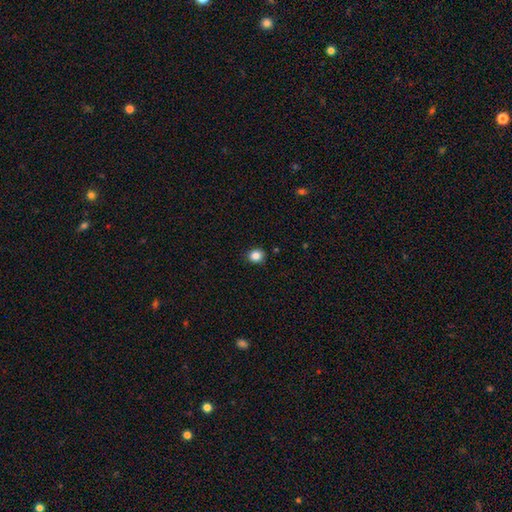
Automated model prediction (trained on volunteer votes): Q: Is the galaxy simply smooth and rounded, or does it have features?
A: smooth — 85%.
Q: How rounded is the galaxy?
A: round — 77%.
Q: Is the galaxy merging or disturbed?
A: none — 88%.